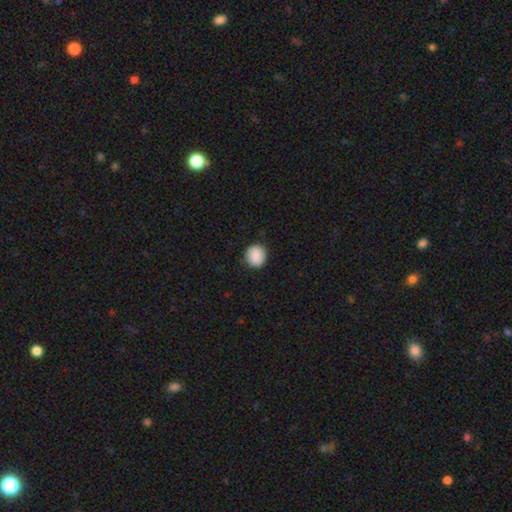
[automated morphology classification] This appears to be a smooth galaxy with no disk features (88%) that is round (84%). Merging: none (88%).